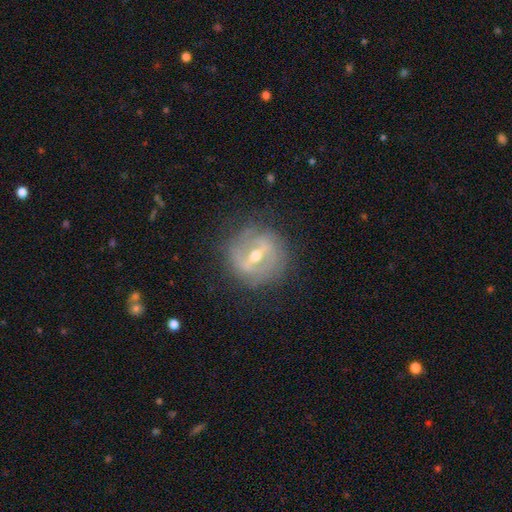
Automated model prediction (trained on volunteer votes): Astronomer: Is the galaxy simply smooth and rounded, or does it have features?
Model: featured or disk — 80%.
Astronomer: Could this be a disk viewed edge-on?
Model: no — 90%.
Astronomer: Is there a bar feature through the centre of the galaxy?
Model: strong — 60%.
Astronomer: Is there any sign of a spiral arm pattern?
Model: yes — 60% (runner-up: no, 40%).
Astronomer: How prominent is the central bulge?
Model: moderate — 67%.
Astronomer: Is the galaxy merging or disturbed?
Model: none — 78%.